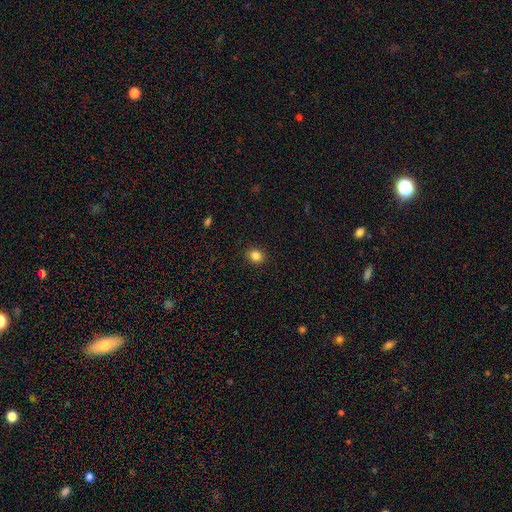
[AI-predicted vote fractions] Smooth or featured: smooth — 85% (star or artifact — 11%)
How rounded: round — 66% (in between — 33%)
Merging: none — 90% (minor disturbance — 7%)